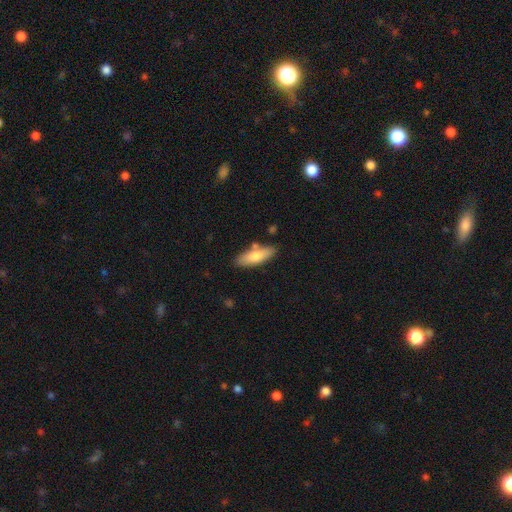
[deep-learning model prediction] Smooth or featured? smooth (73%)
How rounded? in between (57%)
Merging? none (77%)